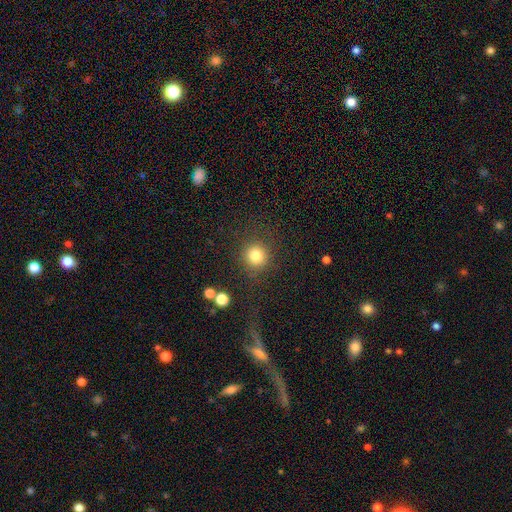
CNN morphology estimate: This is clearly a smooth galaxy (82%). How rounded: clearly round (92%). Merging: clearly none (85%).